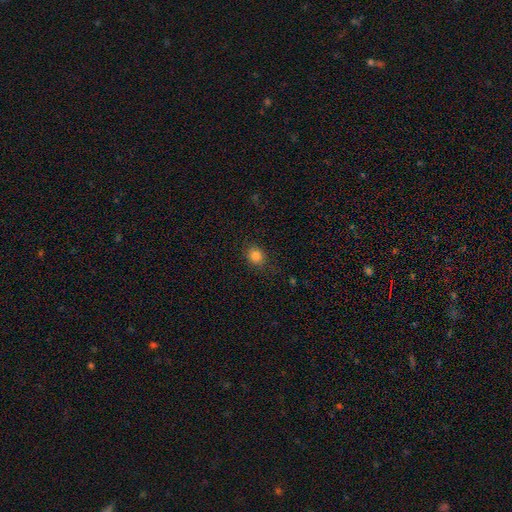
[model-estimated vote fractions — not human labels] Smooth or featured? Predicted: smooth (p=0.84). How rounded? Predicted: round (p=0.70). Merging? Predicted: none (p=0.81).